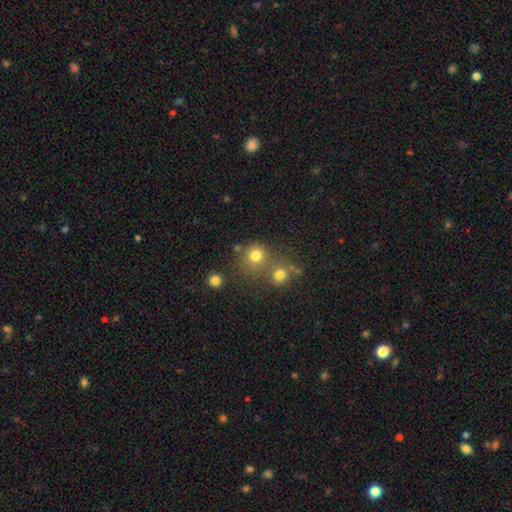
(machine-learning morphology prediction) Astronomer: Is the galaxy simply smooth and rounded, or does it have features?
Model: smooth — 77%.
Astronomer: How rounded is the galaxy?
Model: round — 89%.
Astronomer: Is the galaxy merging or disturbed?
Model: none — 61%.